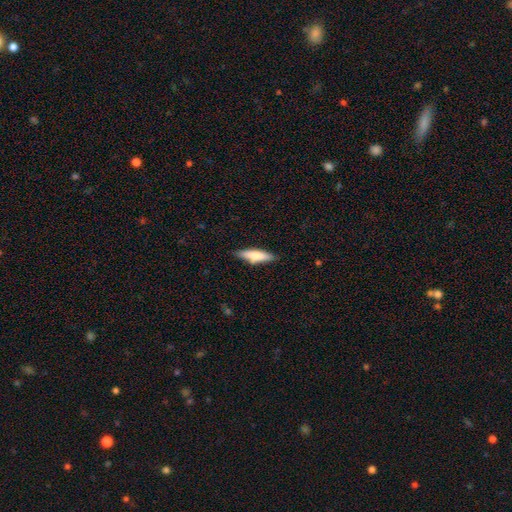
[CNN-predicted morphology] Smooth or featured: smooth — 68% (featured or disk — 26%)
How rounded: cigar-shaped — 70% (in between — 29%)
Merging: none — 82% (minor disturbance — 13%)